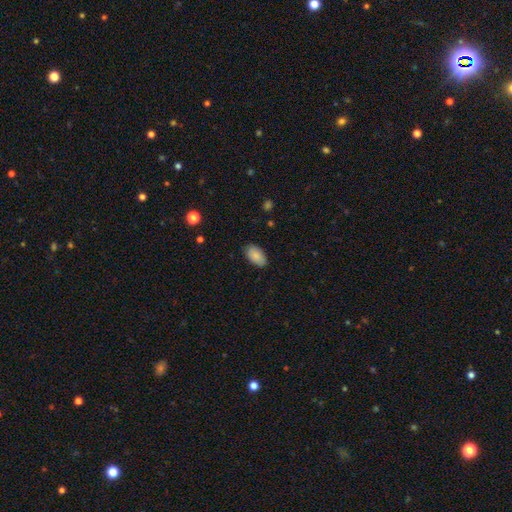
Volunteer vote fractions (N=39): Smooth or featured?
  - smooth: 74% *
  - featured or disk: 15%
  - star or artifact: 10%
How rounded?
  - in between: 100% *
  - round: 0%
  - cigar-shaped: 0%
Merging?
  - none: 91% *
  - minor disturbance: 6%
  - merger: 3%
  - major disturbance: 0%